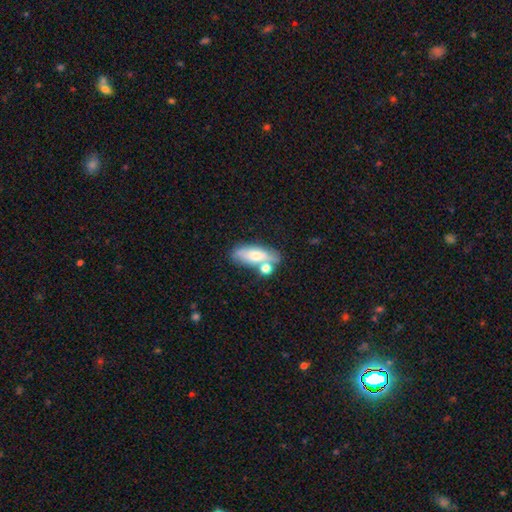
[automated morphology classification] A smooth galaxy with no disk features (63%) that is in between round and cigar-shaped (72%).

Vote fractions:
- Smooth or featured? smooth: 63% / featured or disk: 29% / star or artifact: 8%
- How rounded? in between: 72% / cigar-shaped: 23% / round: 6%
- Merging? none: 55% / merger: 24% / minor disturbance: 15% / major disturbance: 6%